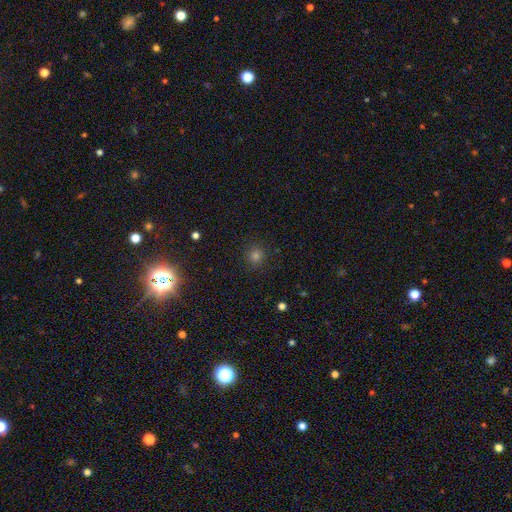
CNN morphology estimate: smooth-or-featured: smooth: 68% | star or artifact: 26% | featured or disk: 5%
  how-rounded: round: 94% | in between: 5% | cigar-shaped: 1%
  merging: none: 91% | minor disturbance: 6% | major disturbance: 2% | merger: 1%